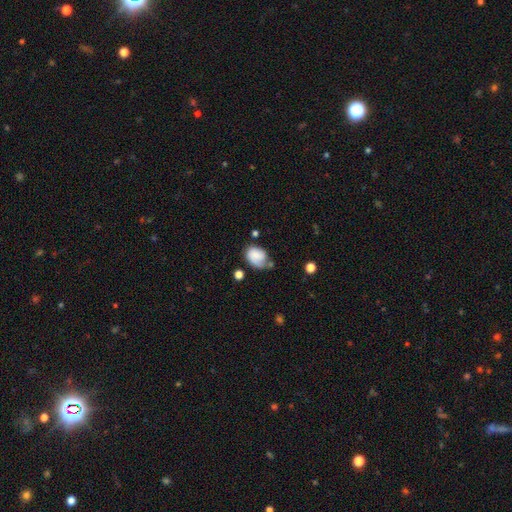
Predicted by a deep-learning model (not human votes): Smooth or featured? Predicted: smooth (p=0.73). How rounded? Predicted: in between (p=0.69). Merging? Predicted: none (p=0.40).